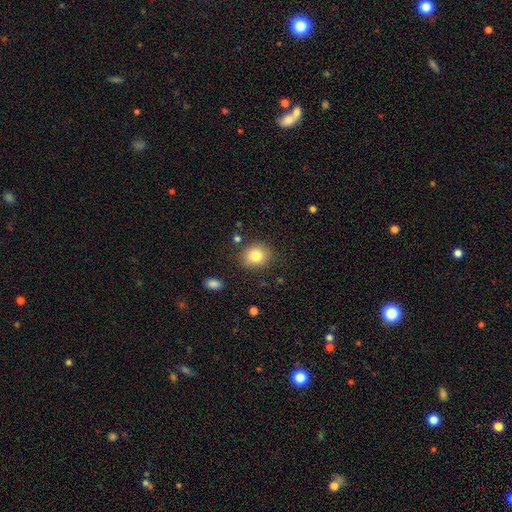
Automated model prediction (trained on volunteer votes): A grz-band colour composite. It shows a smooth galaxy with no disk features (83%) that is round (73%). Merging: none (84%).